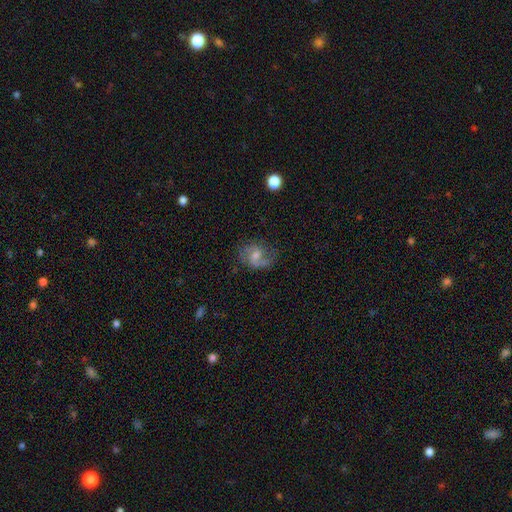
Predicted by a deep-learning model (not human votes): Smooth or featured?
  - featured or disk: 73% *
  - smooth: 18%
  - star or artifact: 10%
Edge-on disk?
  - no: 97% *
  - yes: 3%
Bar?
  - weak: 47% *
  - no: 43%
  - strong: 10%
Spiral arms?
  - yes: 91% *
  - no: 9%
Spiral winding?
  - medium: 47% *
  - loose: 36%
  - tight: 17%
Spiral arm count?
  - 2: 76% *
  - 1: 13%
  - can't tell: 8%
  - 3: 2%
  - 4: 1%
  - more than 4: 1%
Bulge size?
  - moderate: 48% *
  - small: 42%
  - none: 6%
  - large: 3%
  - dominant: 1%
Merging?
  - none: 67% *
  - minor disturbance: 20%
  - major disturbance: 11%
  - merger: 2%